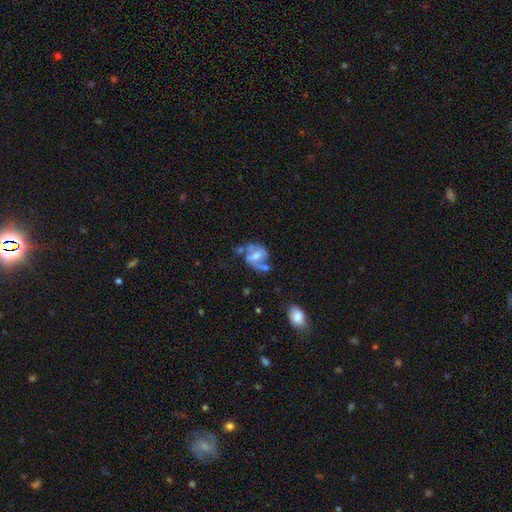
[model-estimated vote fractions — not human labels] smooth_or_featured: featured or disk (p=0.60) [alt: smooth p=0.32]
disk_edge_on: no (p=0.96) [alt: yes p=0.04]
bar: weak (p=0.38) [alt: strong p=0.35]
has_spiral_arms: yes (p=0.63) [alt: no p=0.37]
bulge_size: moderate (p=0.41) [alt: small p=0.34]
merging: none (p=0.36) [alt: minor disturbance p=0.22]